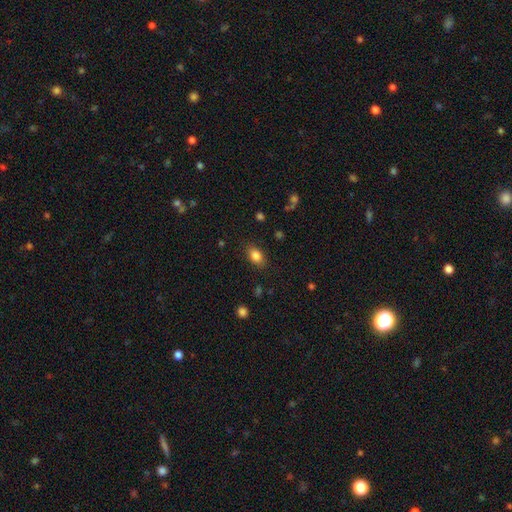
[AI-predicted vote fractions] Q: Smooth or featured?
A: smooth (84%); runner-up: star or artifact (9%)
Q: How rounded?
A: in between (82%); runner-up: round (16%)
Q: Merging?
A: none (85%); runner-up: minor disturbance (11%)